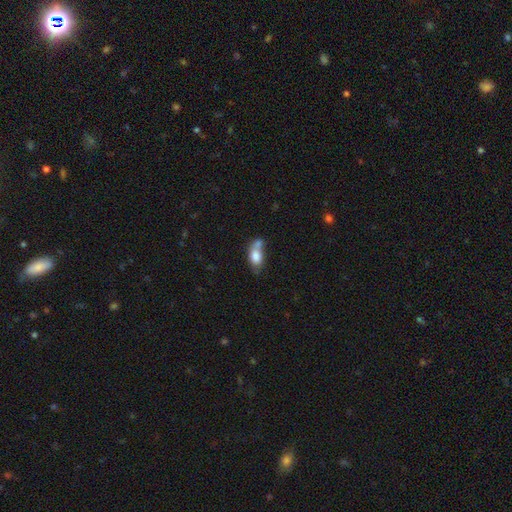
This is likely a smooth galaxy (76%). How rounded: clearly in between (83%). Merging: possibly merger (46%).